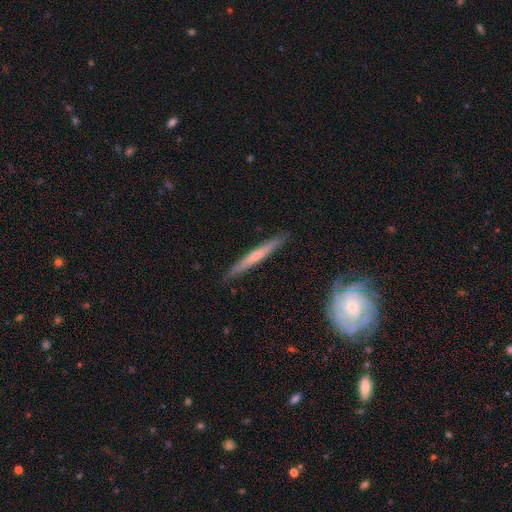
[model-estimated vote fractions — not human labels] Morphology: type=featured or disk (57%); edge-on=yes (93%); edge-on bulge=none (60%); merging=none (89%).